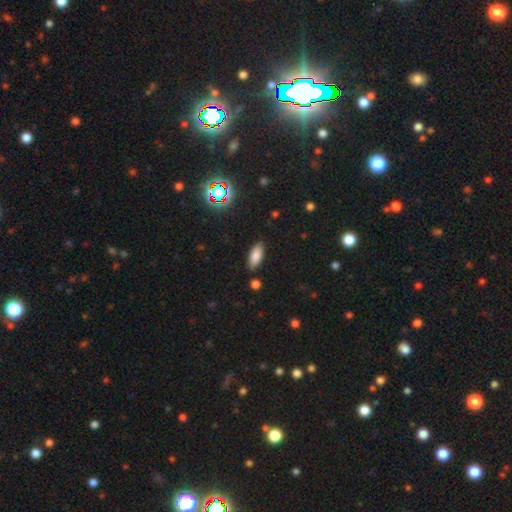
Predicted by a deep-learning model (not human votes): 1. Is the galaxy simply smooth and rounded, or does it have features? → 81% smooth, 10% star or artifact, 9% featured or disk.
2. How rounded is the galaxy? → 80% in between, 17% cigar-shaped, 2% round.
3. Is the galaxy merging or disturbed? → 86% none, 9% minor disturbance, 2% merger, 2% major disturbance.